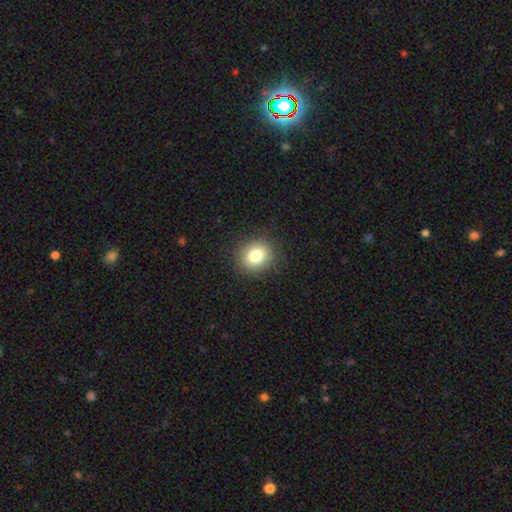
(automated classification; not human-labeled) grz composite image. It shows a smooth galaxy with no disk features (81%) that is round (80%). Merging: none (90%).